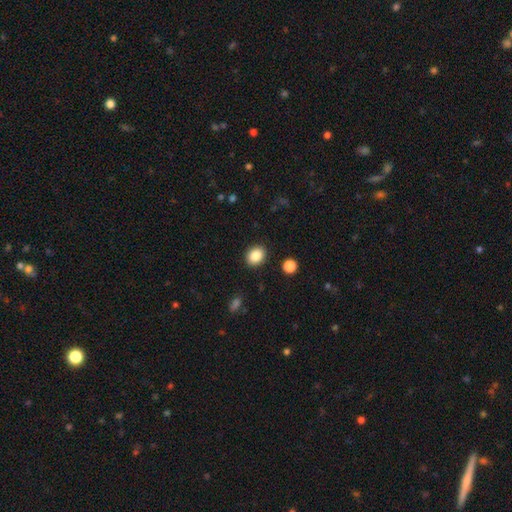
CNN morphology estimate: This appears to be a smooth galaxy with no disk features (86%) that is in between round and cigar-shaped (53%). Merging: none (90%).